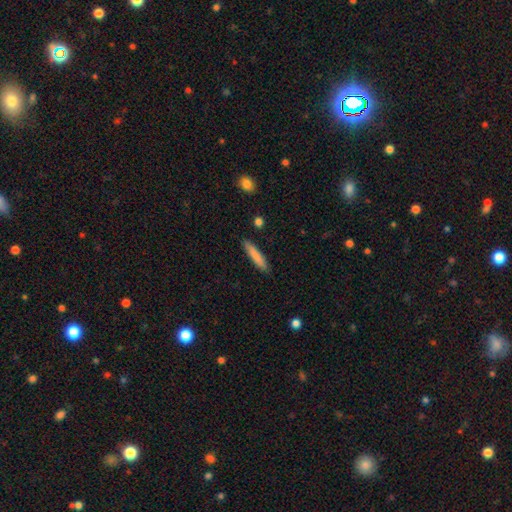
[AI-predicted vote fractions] This appears to be a smooth galaxy with no disk features (82%) that is cigar-shaped (90%). Merging: none (88%).